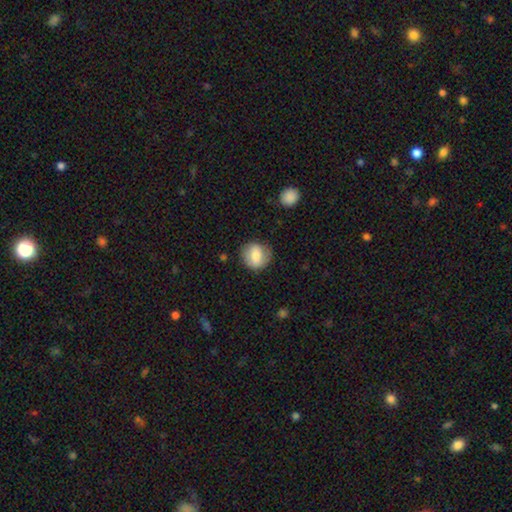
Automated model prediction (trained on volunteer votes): Smooth or featured?
  - smooth: 74% *
  - featured or disk: 18%
  - star or artifact: 7%
How rounded?
  - round: 78% *
  - in between: 21%
  - cigar-shaped: 1%
Merging?
  - none: 77% *
  - minor disturbance: 16%
  - major disturbance: 5%
  - merger: 1%